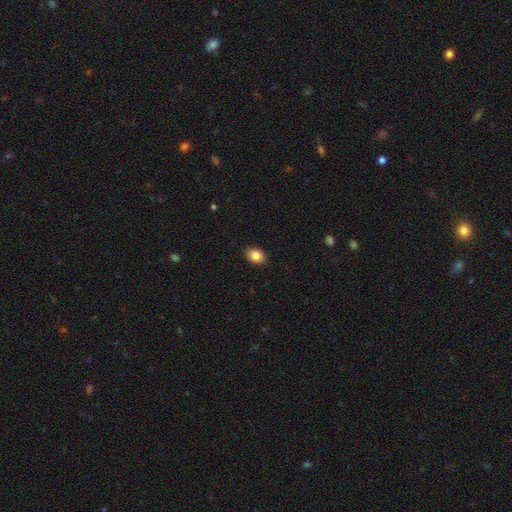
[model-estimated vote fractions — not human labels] A smooth galaxy with no disk features (86%) that is in between round and cigar-shaped (71%). Merging: none (88%).